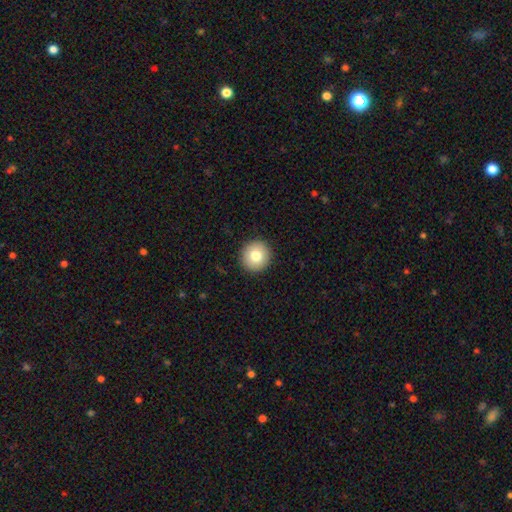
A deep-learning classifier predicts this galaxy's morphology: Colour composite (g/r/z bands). It shows a smooth galaxy with no disk features (79%) that is round (95%). Merging: none (93%).